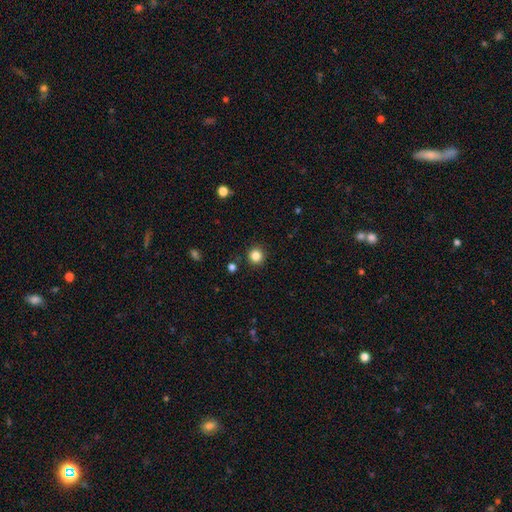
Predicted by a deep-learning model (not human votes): smooth_or_featured: smooth (p=0.84) [alt: star or artifact p=0.12]
how_rounded: round (p=0.94) [alt: in between p=0.05]
merging: none (p=0.91) [alt: minor disturbance p=0.05]